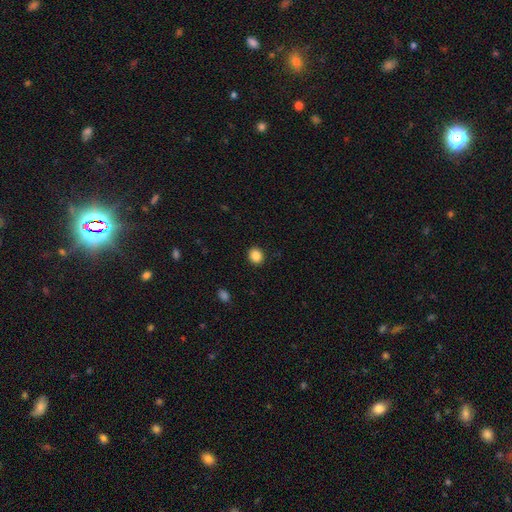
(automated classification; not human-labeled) The model was most divided on "how rounded": round: 77%, in between: 22%, cigar-shaped: 1%. More confident: merging — none (92%); smooth or featured — smooth (87%).